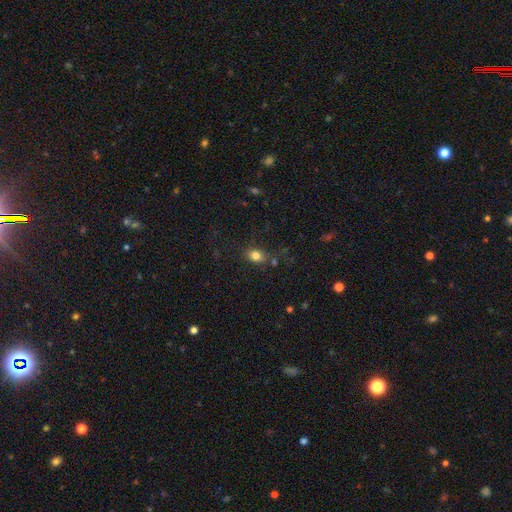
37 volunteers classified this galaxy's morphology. Smooth or featured?
  - smooth: 92% *
  - star or artifact: 5%
  - featured or disk: 3%
How rounded?
  - in between: 68% *
  - round: 26%
  - cigar-shaped: 6%
Merging?
  - none: 89% *
  - minor disturbance: 9%
  - major disturbance: 3%
  - merger: 0%